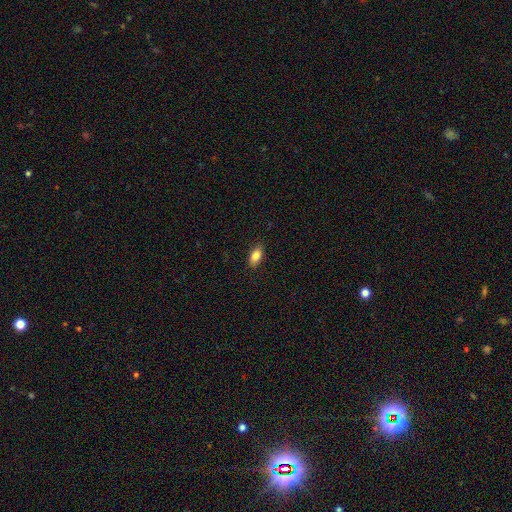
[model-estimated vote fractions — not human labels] smooth-or-featured: smooth: 84% | featured or disk: 8% | star or artifact: 8%
  how-rounded: in between: 88% | cigar-shaped: 7% | round: 5%
  merging: none: 87% | minor disturbance: 10% | major disturbance: 2% | merger: 1%